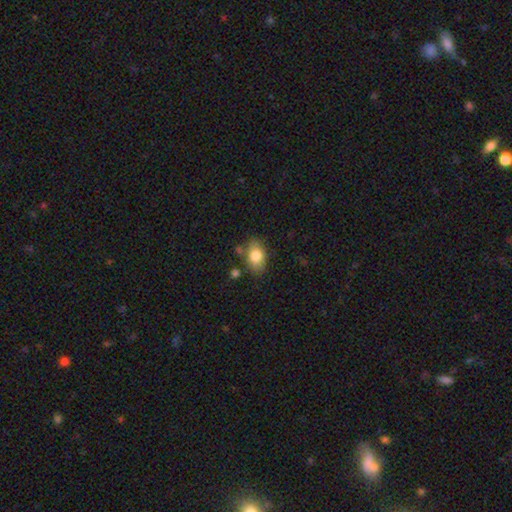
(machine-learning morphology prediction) The model was most divided on "merging": none: 75%, minor disturbance: 16%, merger: 5%, major disturbance: 4%. More confident: how rounded — in between (87%); smooth or featured — smooth (81%).